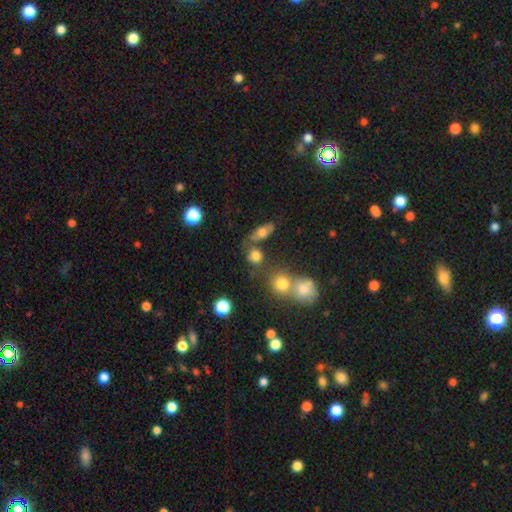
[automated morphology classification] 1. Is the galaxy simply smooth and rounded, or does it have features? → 75% smooth, 13% star or artifact, 12% featured or disk.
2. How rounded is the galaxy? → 60% round, 36% in between, 4% cigar-shaped.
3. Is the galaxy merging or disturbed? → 54% none, 23% merger, 15% minor disturbance, 8% major disturbance.